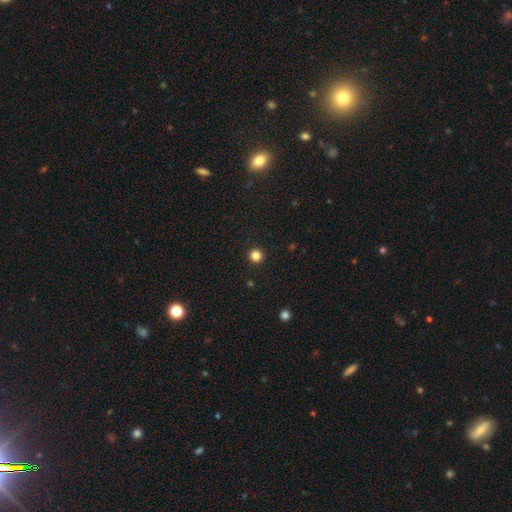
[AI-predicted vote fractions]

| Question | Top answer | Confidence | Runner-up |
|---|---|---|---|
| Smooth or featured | smooth | 84% | star or artifact (13%) |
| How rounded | round | 96% | in between (3%) |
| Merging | none | 94% | minor disturbance (4%) |